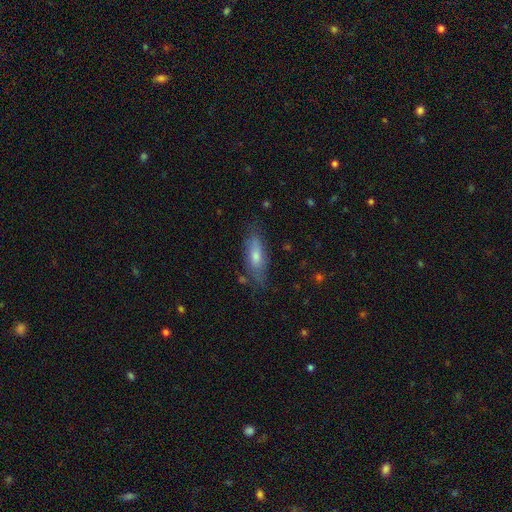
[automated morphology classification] Q: Smooth or featured?
A: smooth (56%); runner-up: featured or disk (36%)
Q: How rounded?
A: in between (51%); runner-up: cigar-shaped (47%)
Q: Merging?
A: none (73%); runner-up: minor disturbance (20%)